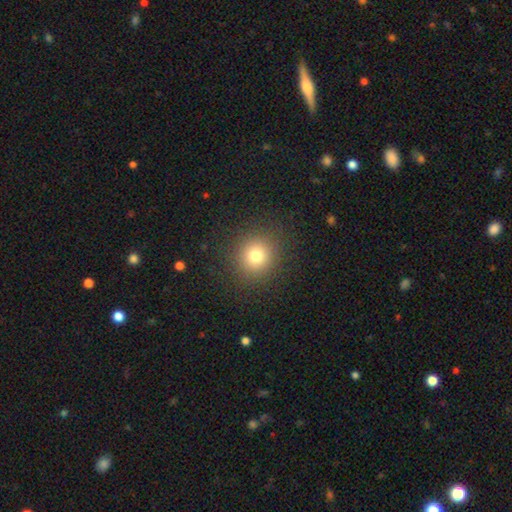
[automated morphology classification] A smooth galaxy with no disk features (76%) that is round (90%).

Vote fractions:
- Smooth or featured? smooth: 76% / star or artifact: 15% / featured or disk: 8%
- How rounded? round: 90% / in between: 9% / cigar-shaped: 1%
- Merging? none: 88% / minor disturbance: 7% / major disturbance: 4% / merger: 1%